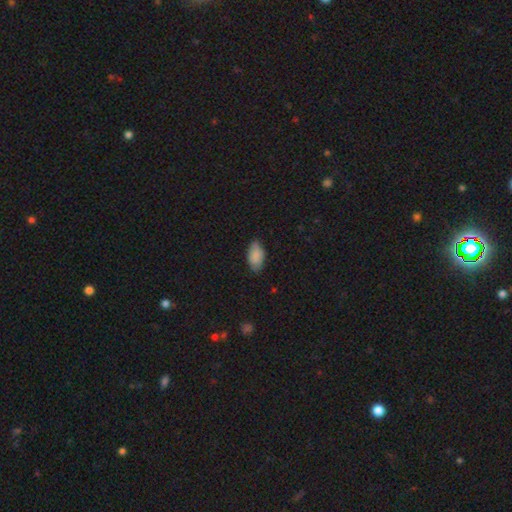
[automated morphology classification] Smooth or featured? Predicted: smooth (p=0.86). How rounded? Predicted: in between (p=0.94). Merging? Predicted: none (p=0.79).